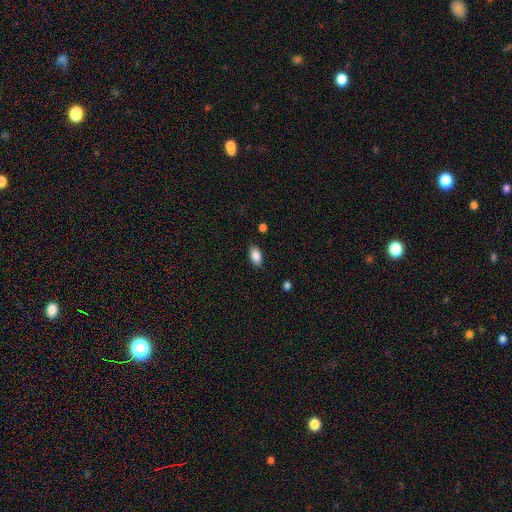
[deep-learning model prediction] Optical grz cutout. It shows a smooth galaxy with no disk features (87%) that is in between round and cigar-shaped (92%). Merging: none (85%).